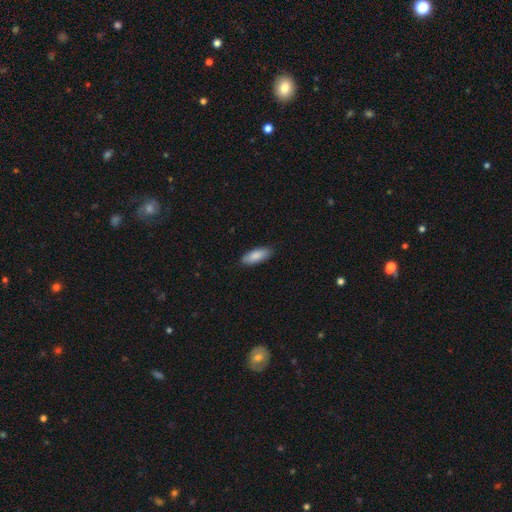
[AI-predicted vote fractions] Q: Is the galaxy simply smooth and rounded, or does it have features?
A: smooth — 87%.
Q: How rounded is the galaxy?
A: in between — 76%.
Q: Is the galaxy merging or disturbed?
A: none — 87%.